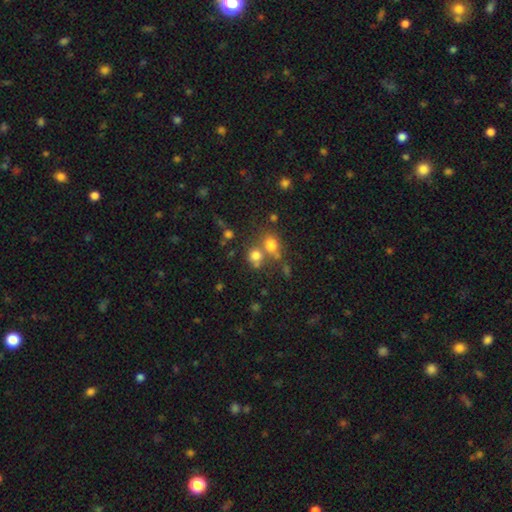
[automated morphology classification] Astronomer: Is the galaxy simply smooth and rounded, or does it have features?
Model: smooth — 73%.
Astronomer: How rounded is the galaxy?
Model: round — 76%.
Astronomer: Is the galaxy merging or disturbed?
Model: none — 48% (runner-up: merger, 38%).